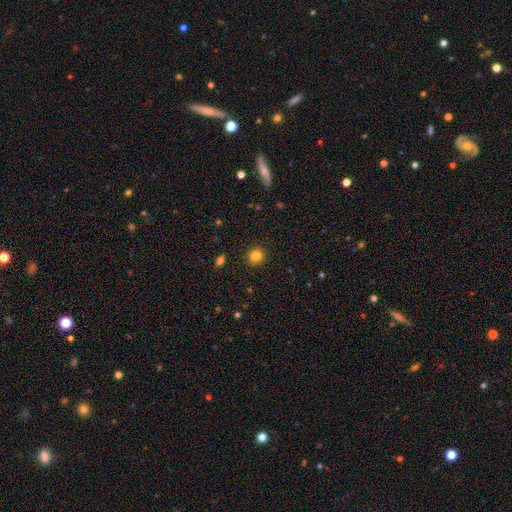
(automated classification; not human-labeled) smooth-or-featured: smooth: 83% | star or artifact: 12% | featured or disk: 5%
  how-rounded: round: 86% | in between: 13% | cigar-shaped: 1%
  merging: none: 90% | minor disturbance: 6% | major disturbance: 2% | merger: 1%